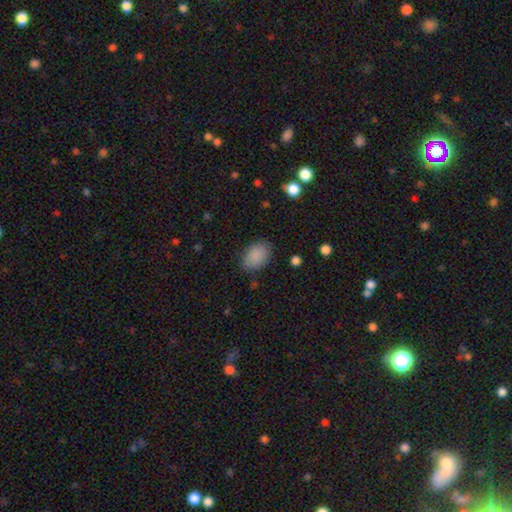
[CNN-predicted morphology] The model was most divided on "how rounded": in between: 84%, round: 15%, cigar-shaped: 1%. More confident: smooth or featured — smooth (88%); merging — none (82%).